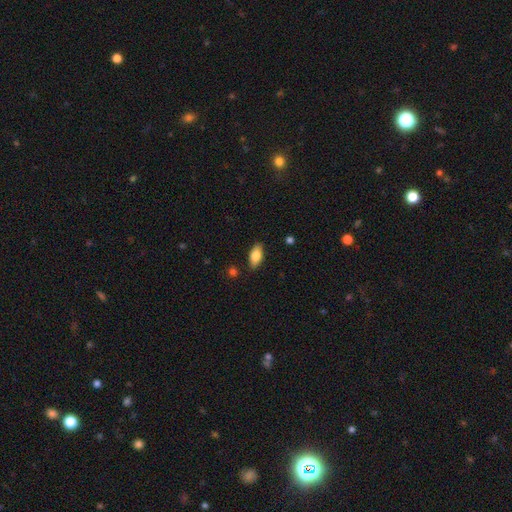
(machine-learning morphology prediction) smooth-or-featured: smooth: 79% | featured or disk: 14% | star or artifact: 7%
  how-rounded: in between: 89% | cigar-shaped: 8% | round: 3%
  merging: none: 85% | minor disturbance: 12% | major disturbance: 2% | merger: 2%